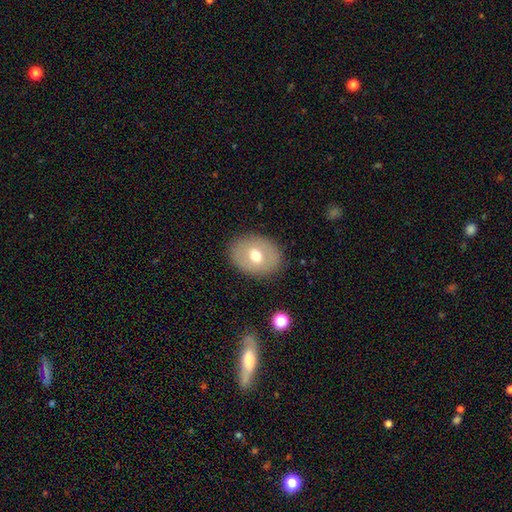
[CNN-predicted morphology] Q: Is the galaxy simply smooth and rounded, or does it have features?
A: smooth — 62%.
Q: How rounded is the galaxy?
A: in between — 60%.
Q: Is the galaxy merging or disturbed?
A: none — 86%.